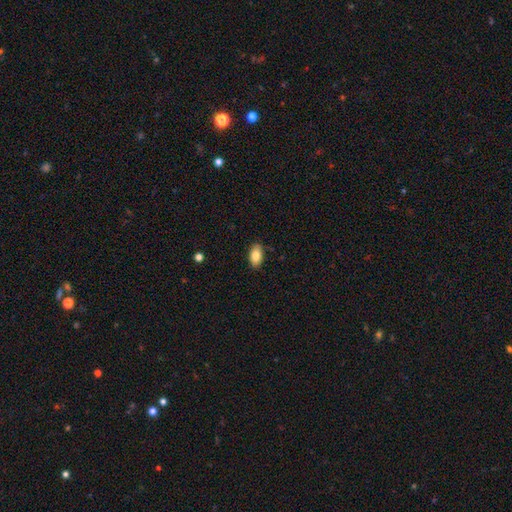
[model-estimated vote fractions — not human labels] Smooth or featured? Predicted: smooth (p=0.84). How rounded? Predicted: in between (p=0.92). Merging? Predicted: none (p=0.85).